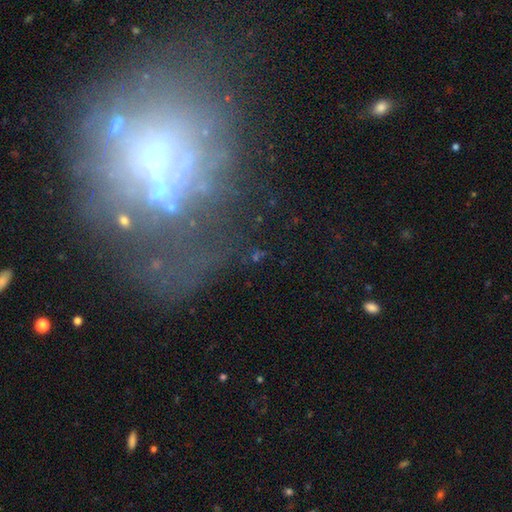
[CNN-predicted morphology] smooth_or_featured: star or artifact (p=0.40) [alt: featured or disk p=0.37]